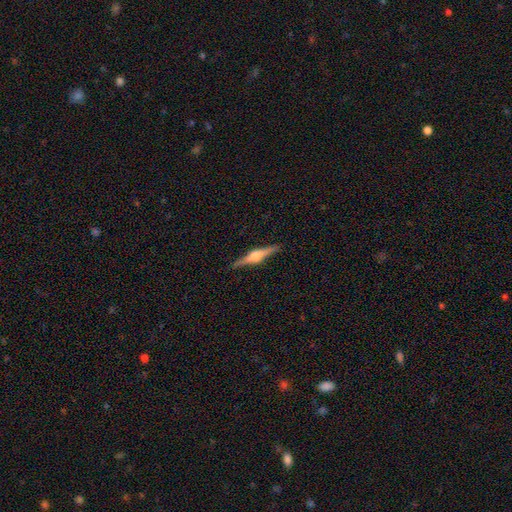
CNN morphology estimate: type=featured or disk (80%); edge-on=yes (98%); edge-on bulge=rounded (92%); merging=none (91%).